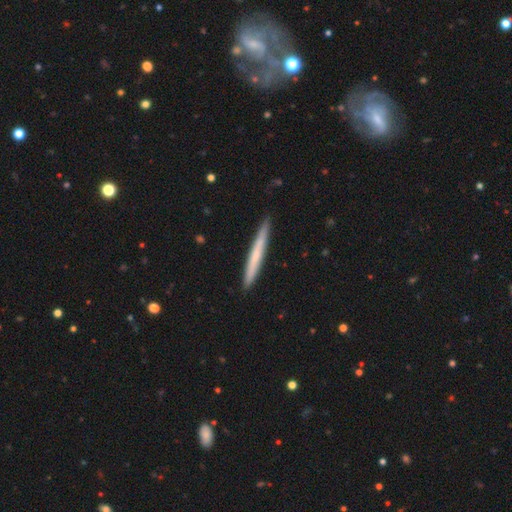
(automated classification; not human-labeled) Overall: smooth (59%; featured or disk 36%). How rounded: cigar-shaped (97%). Merging: none (90%).